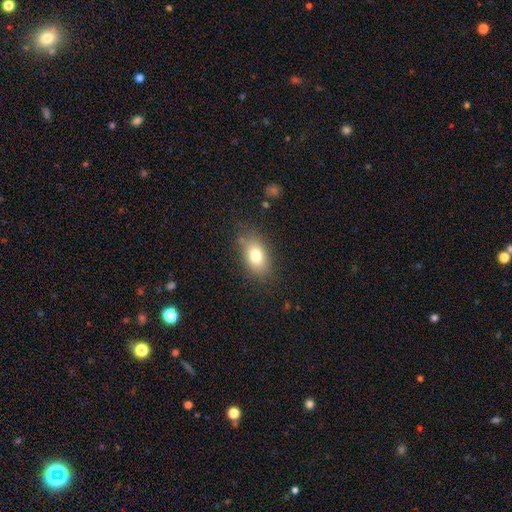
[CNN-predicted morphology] A smooth galaxy with no disk features (77%) that is in between round and cigar-shaped (83%).

Vote fractions:
- Smooth or featured? smooth: 77% / featured or disk: 13% / star or artifact: 10%
- How rounded? in between: 83% / round: 14% / cigar-shaped: 3%
- Merging? none: 79% / minor disturbance: 14% / major disturbance: 5% / merger: 2%